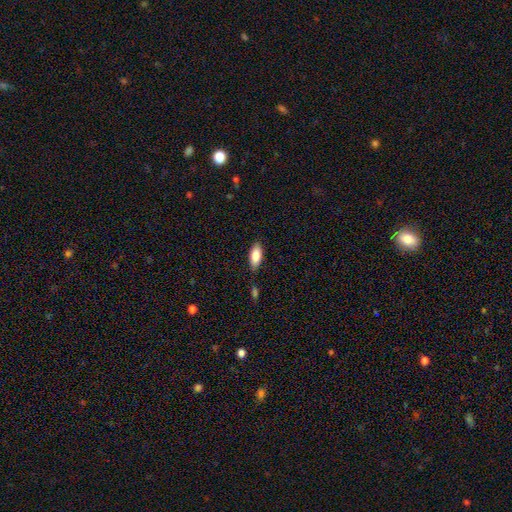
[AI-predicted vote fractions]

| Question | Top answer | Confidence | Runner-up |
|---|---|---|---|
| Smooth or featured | smooth | 83% | featured or disk (11%) |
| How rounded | in between | 81% | cigar-shaped (17%) |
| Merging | none | 83% | minor disturbance (12%) |